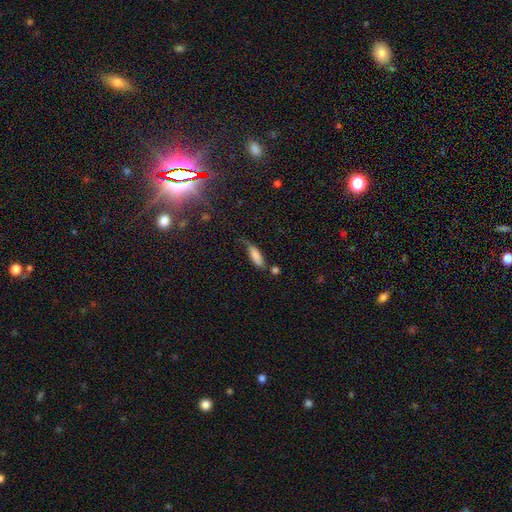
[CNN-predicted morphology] This is likely a smooth galaxy (78%). How rounded: possibly in between (55%). Merging: marginally none (39%).